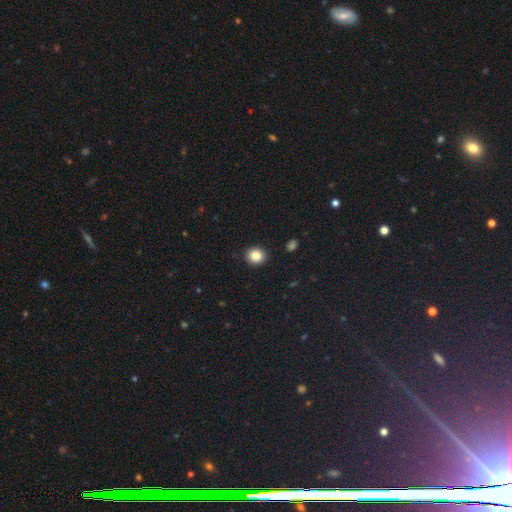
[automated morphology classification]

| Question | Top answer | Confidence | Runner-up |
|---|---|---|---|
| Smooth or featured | smooth | 86% | star or artifact (10%) |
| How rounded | round | 78% | in between (21%) |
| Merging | none | 91% | minor disturbance (6%) |